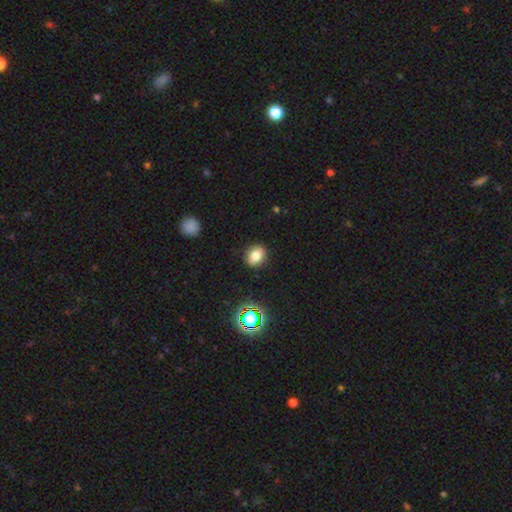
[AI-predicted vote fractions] This appears to be a smooth galaxy with no disk features (78%) that is round (50%). Merging: none (88%).